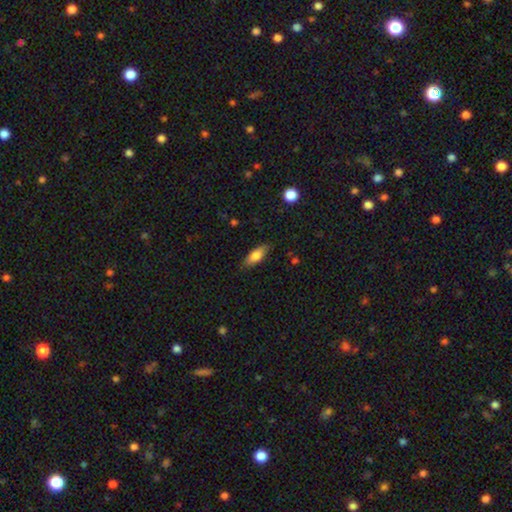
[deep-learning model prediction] Smooth or featured: smooth — 77% (featured or disk — 17%)
How rounded: in between — 76% (cigar-shaped — 21%)
Merging: none — 83% (minor disturbance — 13%)